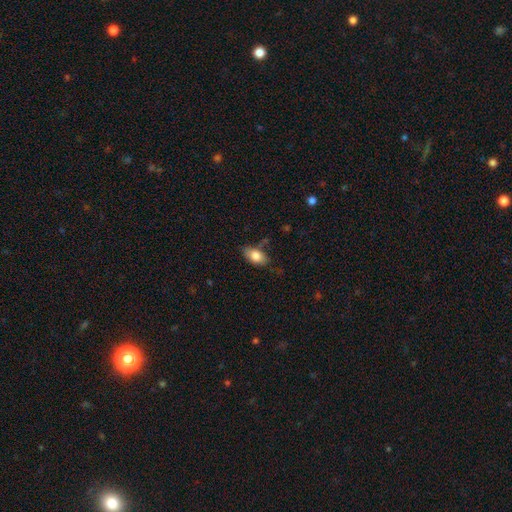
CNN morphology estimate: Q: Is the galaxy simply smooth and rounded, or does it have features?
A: smooth — 82%.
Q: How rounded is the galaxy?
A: in between — 90%.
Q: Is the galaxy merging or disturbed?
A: none — 66%.